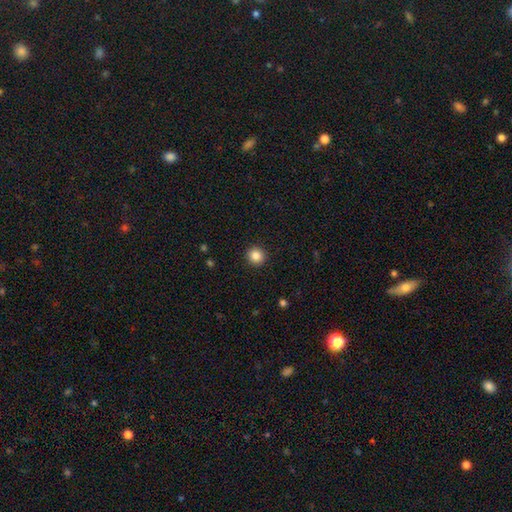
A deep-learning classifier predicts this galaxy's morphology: Smooth or featured: smooth — 86% (star or artifact — 10%)
How rounded: round — 93% (in between — 6%)
Merging: none — 93% (minor disturbance — 5%)